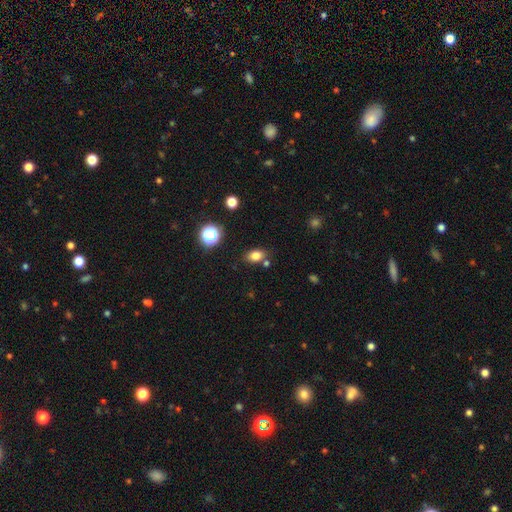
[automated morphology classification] Smooth or featured? Predicted: smooth (p=0.80). How rounded? Predicted: in between (p=0.78). Merging? Predicted: none (p=0.75).